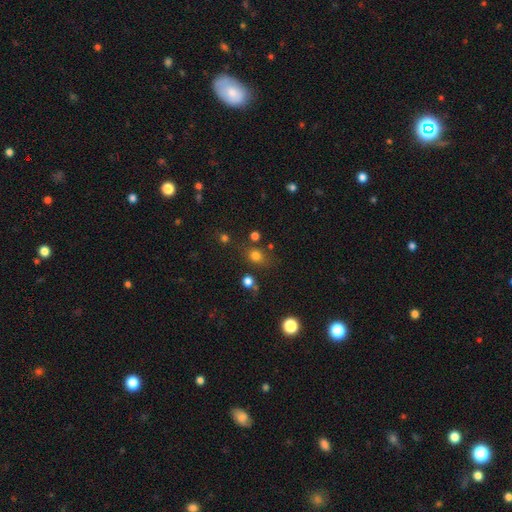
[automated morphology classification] smooth_or_featured: smooth (p=0.74) [alt: star or artifact p=0.18]
how_rounded: round (p=0.62) [alt: in between p=0.37]
merging: none (p=0.70) [alt: minor disturbance p=0.15]